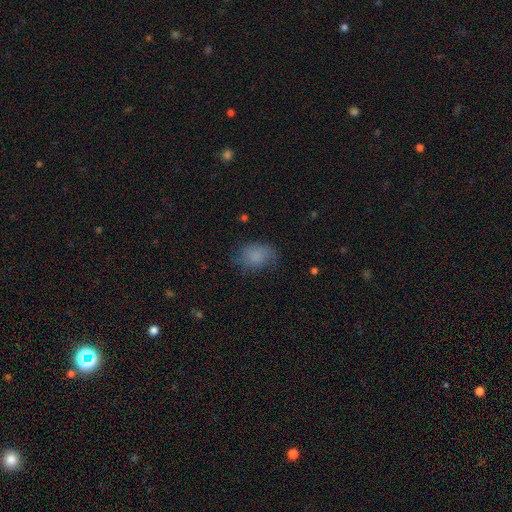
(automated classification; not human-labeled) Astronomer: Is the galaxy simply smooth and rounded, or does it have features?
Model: smooth — 80%.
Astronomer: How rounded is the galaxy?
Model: in between — 66%.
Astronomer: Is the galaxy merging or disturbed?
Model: none — 63%.